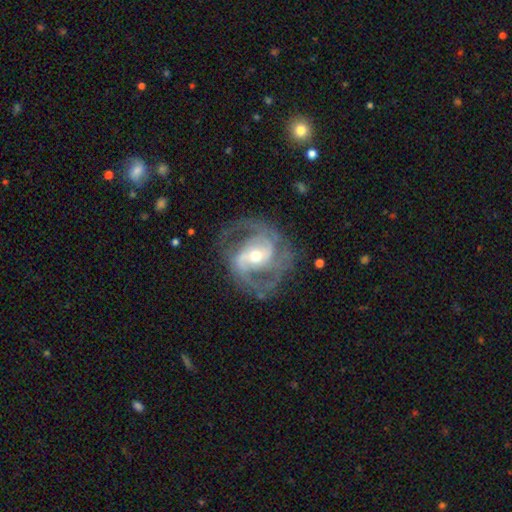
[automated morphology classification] smooth-or-featured: featured or disk: 90% | smooth: 5% | star or artifact: 5%
  disk-edge-on: no: 97% | yes: 3%
    bar: weak: 40% | strong: 33% | no: 27%
    has-spiral-arms: yes: 96% | no: 4%
      spiral-winding: medium: 54% | tight: 30% | loose: 17%
      spiral-arm-count: 2: 70% | 3: 14% | can't tell: 7% | 4: 3% | 1: 3% | more than 4: 3%
    bulge-size: moderate: 57% | small: 37% | large: 4% | none: 1% | dominant: 1%
  merging: none: 73% | minor disturbance: 16% | major disturbance: 10% | merger: 1%